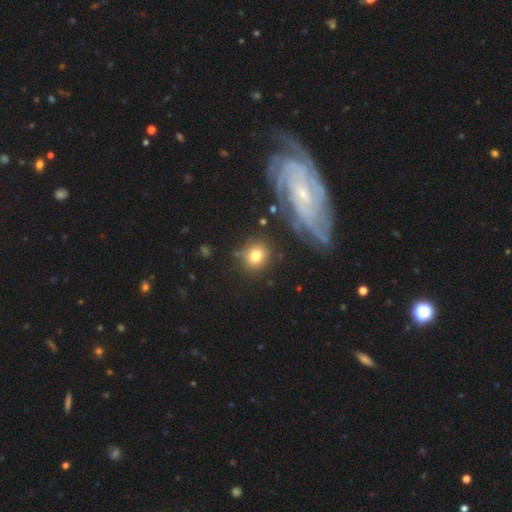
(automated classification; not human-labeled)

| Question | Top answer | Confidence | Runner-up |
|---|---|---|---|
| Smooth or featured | smooth | 73% | featured or disk (15%) |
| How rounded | round | 84% | in between (14%) |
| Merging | none | 76% | minor disturbance (12%) |